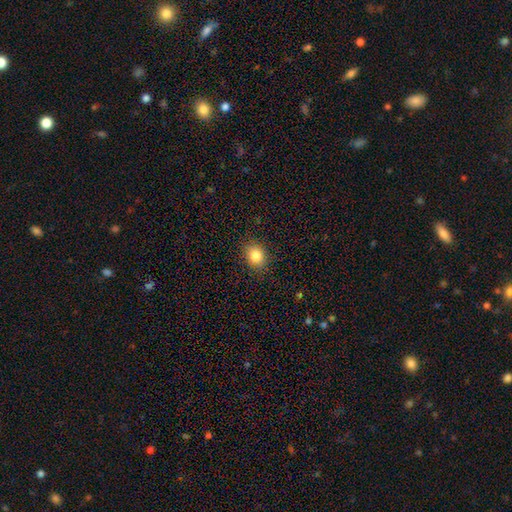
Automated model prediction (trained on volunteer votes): Q: Smooth or featured?
A: smooth (85%); runner-up: star or artifact (10%)
Q: How rounded?
A: round (52%); runner-up: in between (47%)
Q: Merging?
A: none (88%); runner-up: minor disturbance (9%)